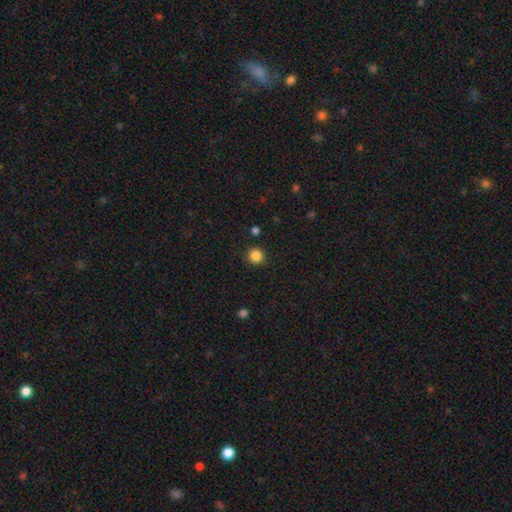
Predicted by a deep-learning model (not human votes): The model was most divided on "smooth or featured": smooth: 85%, star or artifact: 11%, featured or disk: 3%. More confident: how rounded — round (95%); merging — none (92%).